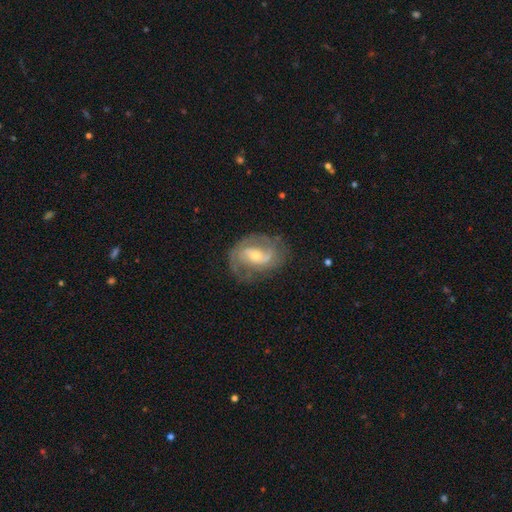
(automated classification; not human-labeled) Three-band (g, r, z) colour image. It shows a featured or disk galaxy (82%) with a weak bar (45%), 2 (69%) medium (45%) spiral arms (91%) and a small central bulge (52%). Merging: none (68%).